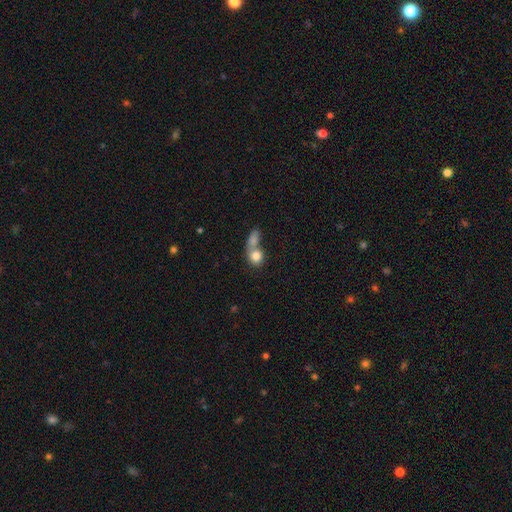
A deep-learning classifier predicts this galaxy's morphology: A smooth galaxy with no disk features (80%) that is round (64%).

Vote fractions:
- Smooth or featured? smooth: 80% / featured or disk: 11% / star or artifact: 8%
- How rounded? round: 64% / in between: 33% / cigar-shaped: 2%
- Merging? merger: 63% / none: 24% / minor disturbance: 7% / major disturbance: 6%